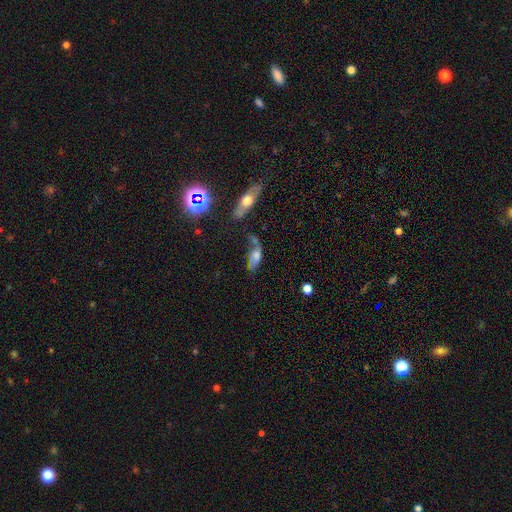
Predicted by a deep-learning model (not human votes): Smooth or featured?
  - featured or disk: 48% *
  - smooth: 38%
  - star or artifact: 14%
Merging?
  - none: 35% *
  - minor disturbance: 24%
  - major disturbance: 23%
  - merger: 18%